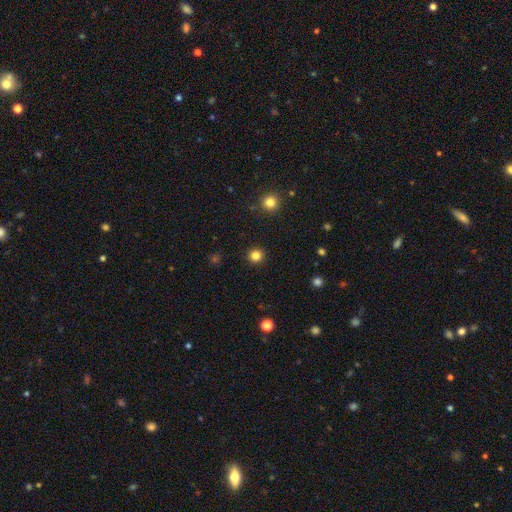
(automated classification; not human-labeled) Overall: smooth (83%). How rounded: round (94%). Merging: none (92%).